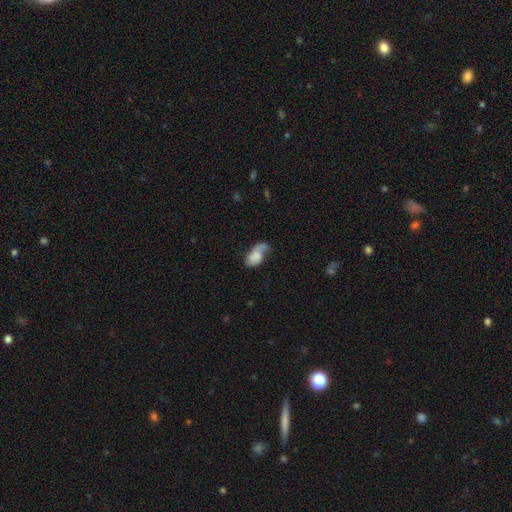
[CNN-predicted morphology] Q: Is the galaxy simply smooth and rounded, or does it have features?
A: smooth — 53%.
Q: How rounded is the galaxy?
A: in between — 91%.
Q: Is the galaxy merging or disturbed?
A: none — 36%.